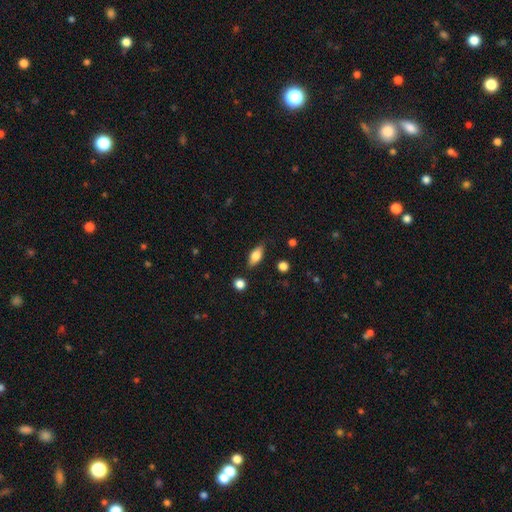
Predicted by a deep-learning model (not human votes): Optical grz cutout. It shows a smooth galaxy with no disk features (72%) that is in between round and cigar-shaped (80%). Merging: none (80%).